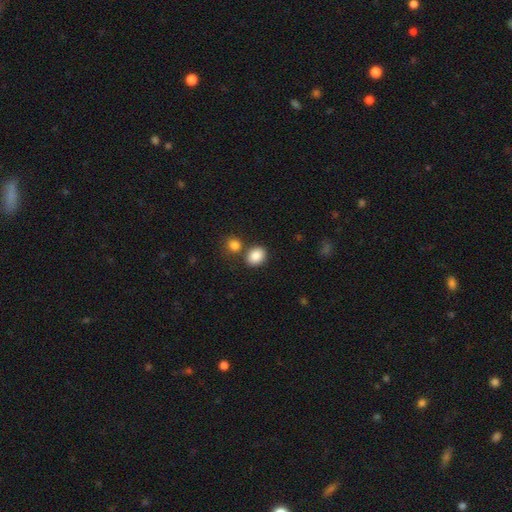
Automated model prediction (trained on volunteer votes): smooth-or-featured: smooth: 86% | star or artifact: 9% | featured or disk: 5%
  how-rounded: round: 53% | in between: 46% | cigar-shaped: 1%
  merging: none: 71% | merger: 16% | minor disturbance: 10% | major disturbance: 3%